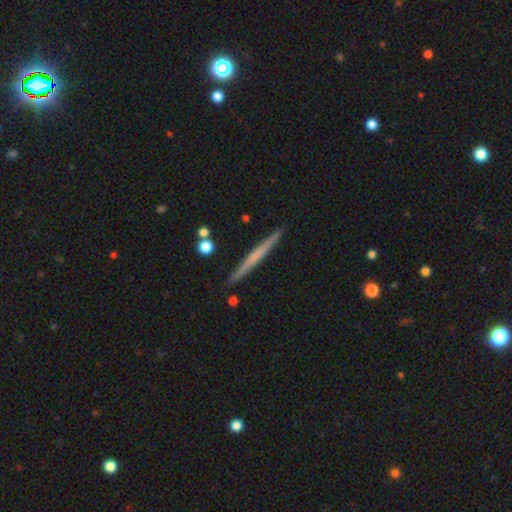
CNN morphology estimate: Q: Smooth or featured?
A: featured or disk (51%); runner-up: smooth (44%)
Q: Edge-on disk?
A: yes (97%); runner-up: no (3%)
Q: Merging?
A: none (91%); runner-up: minor disturbance (6%)